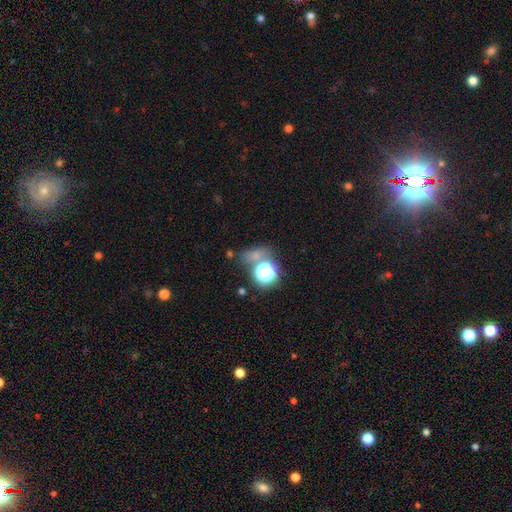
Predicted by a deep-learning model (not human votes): smooth_or_featured: smooth (p=0.55) [alt: star or artifact p=0.35]
how_rounded: round (p=0.63) [alt: in between p=0.33]
merging: none (p=0.57) [alt: merger p=0.18]